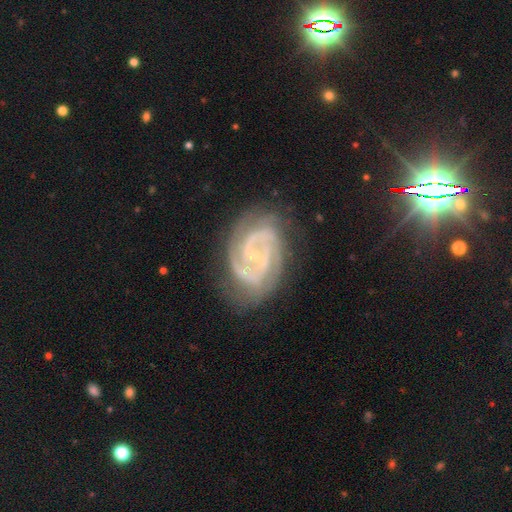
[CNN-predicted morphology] The model was most divided on "bar": no: 48%, weak: 39%, strong: 13%. More confident: spiral arms — yes (98%); edge-on disk — no (98%); smooth or featured — featured or disk (90%); bulge size — small (82%); merging — none (74%); spiral arm count — 2 (63%); spiral winding — tight (58%).